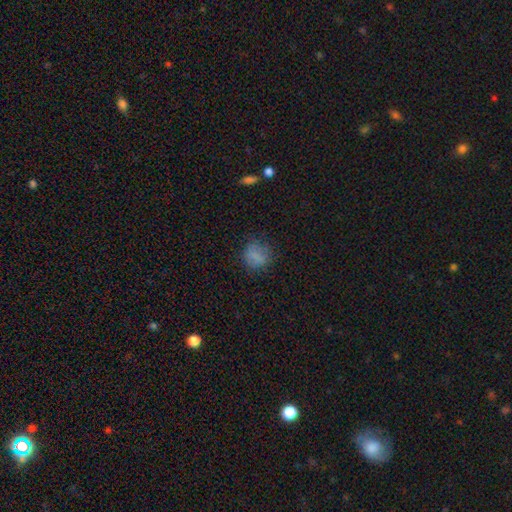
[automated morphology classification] Smooth or featured? Predicted: smooth (p=0.76). How rounded? Predicted: round (p=0.74). Merging? Predicted: none (p=0.70).